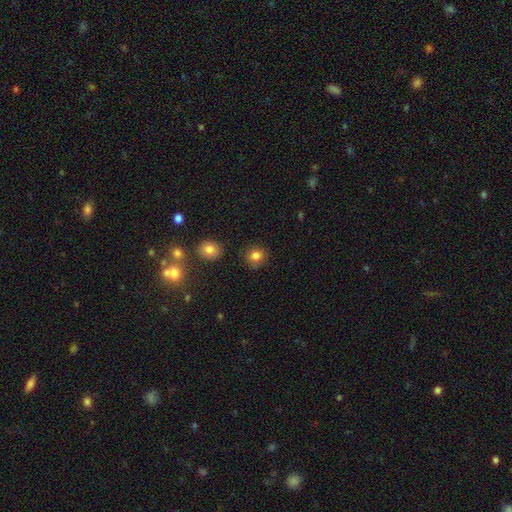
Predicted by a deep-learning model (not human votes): Q: Smooth or featured?
A: smooth (83%); runner-up: star or artifact (11%)
Q: How rounded?
A: round (81%); runner-up: in between (18%)
Q: Merging?
A: none (84%); runner-up: minor disturbance (10%)